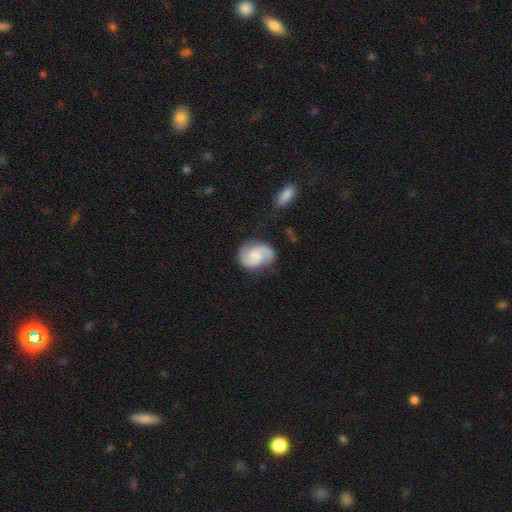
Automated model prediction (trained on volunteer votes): featured or disk 78%, smooth 17%, star or artifact 6%. Down the decision tree: edge-on disk — no (98%); bar — no (52%); spiral arms — yes (97%); spiral arm count — 2 (91%); spiral winding — medium (52%); bulge size — none (43%); merging — none (75%).